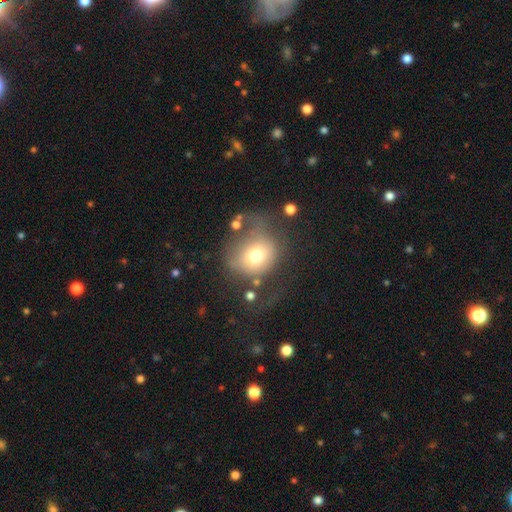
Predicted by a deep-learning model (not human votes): Smooth or featured?
  - smooth: 67% *
  - featured or disk: 22%
  - star or artifact: 11%
How rounded?
  - round: 75% *
  - in between: 24%
  - cigar-shaped: 1%
Merging?
  - major disturbance: 38% *
  - none: 34%
  - minor disturbance: 22%
  - merger: 7%